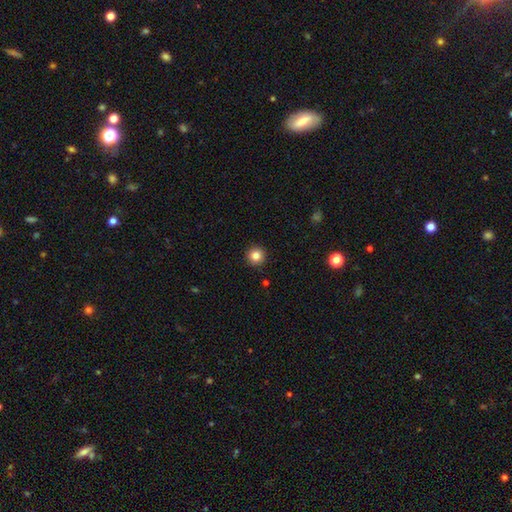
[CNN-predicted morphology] smooth 83%, star or artifact 11%, featured or disk 6%. Down the decision tree: how rounded — round (95%); merging — none (92%).